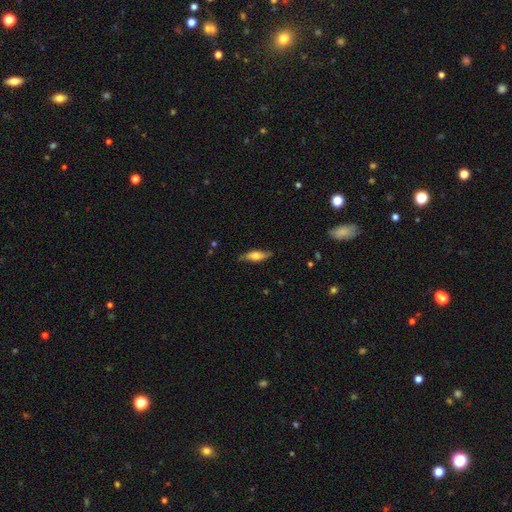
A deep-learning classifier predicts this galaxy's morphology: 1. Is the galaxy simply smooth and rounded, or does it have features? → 51% smooth, 43% featured or disk, 6% star or artifact.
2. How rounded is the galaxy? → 52% cigar-shaped, 46% in between, 3% round.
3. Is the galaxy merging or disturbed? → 77% none, 18% minor disturbance, 4% major disturbance, 1% merger.